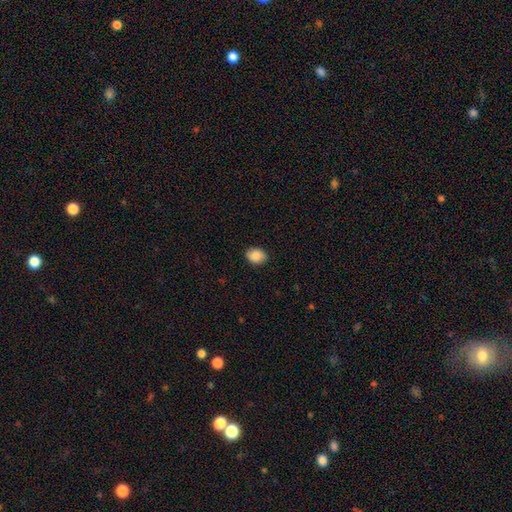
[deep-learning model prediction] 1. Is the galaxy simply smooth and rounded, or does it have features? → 87% smooth, 8% star or artifact, 5% featured or disk.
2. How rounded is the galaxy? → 59% in between, 40% round, 1% cigar-shaped.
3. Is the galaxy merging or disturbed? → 87% none, 10% minor disturbance, 2% major disturbance, 1% merger.